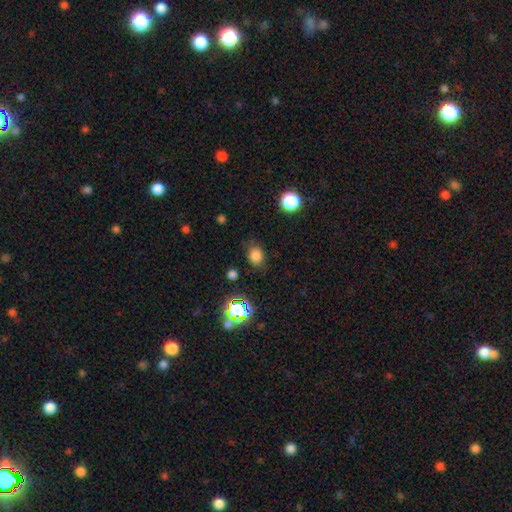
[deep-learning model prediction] Smooth or featured? Predicted: smooth (p=0.78). How rounded? Predicted: round (p=0.52). Merging? Predicted: none (p=0.80).